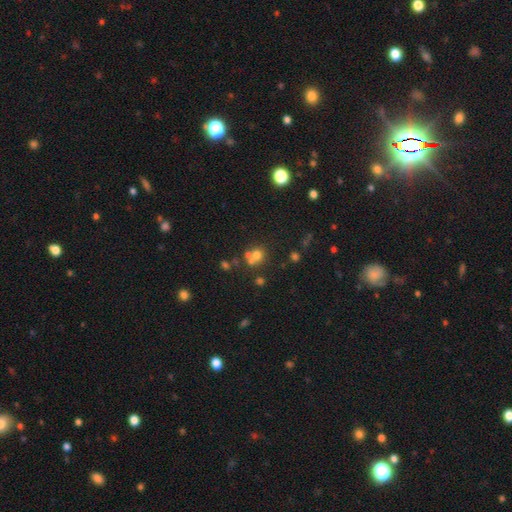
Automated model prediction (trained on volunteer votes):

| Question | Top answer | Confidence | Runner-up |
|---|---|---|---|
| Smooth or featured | smooth | 61% | star or artifact (24%) |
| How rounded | round | 84% | in between (15%) |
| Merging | none | 53% | merger (34%) |